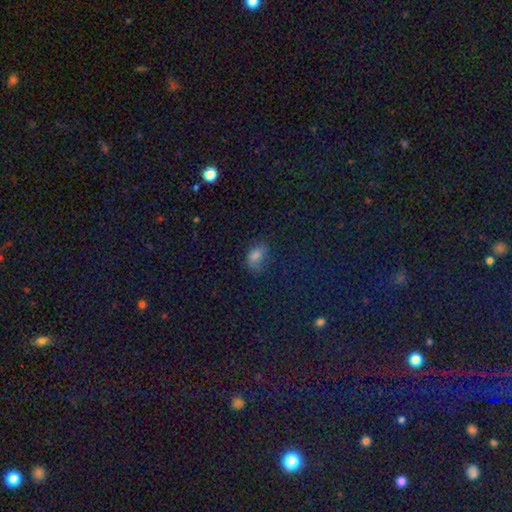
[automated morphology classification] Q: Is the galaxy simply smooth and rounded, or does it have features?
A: smooth — 71%.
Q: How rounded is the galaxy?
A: in between — 83%.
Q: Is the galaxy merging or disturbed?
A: none — 60%.